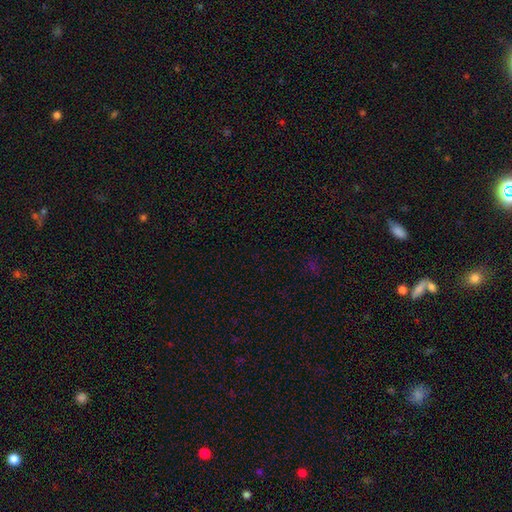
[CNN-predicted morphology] Smooth or featured? Predicted: star or artifact (p=0.70).